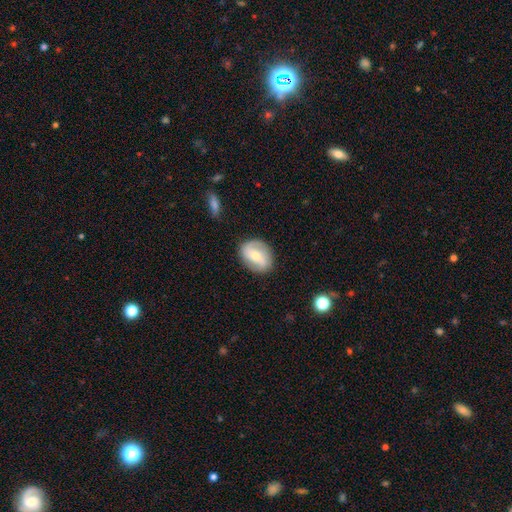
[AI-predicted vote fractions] Smooth or featured?
  - featured or disk: 62% *
  - smooth: 32%
  - star or artifact: 6%
Edge-on disk?
  - no: 96% *
  - yes: 4%
Bar?
  - weak: 38% *
  - no: 35%
  - strong: 27%
Spiral arms?
  - yes: 84% *
  - no: 16%
Bulge size?
  - moderate: 47% * (tied)
  - small: 47% * (tied)
  - large: 3%
  - none: 2%
  - dominant: 1%
Merging?
  - none: 83% *
  - minor disturbance: 12%
  - major disturbance: 4%
  - merger: 1%